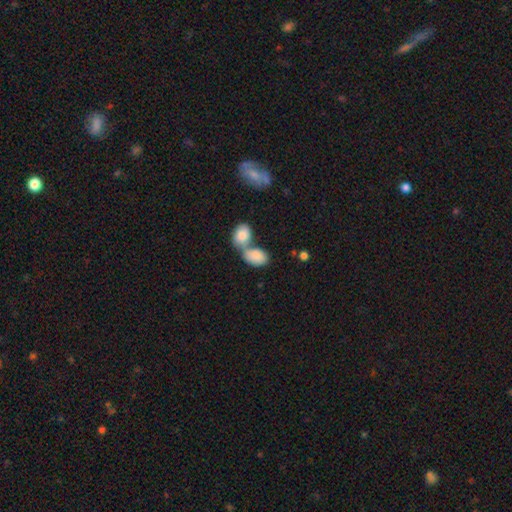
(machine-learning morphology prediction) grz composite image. It shows a smooth galaxy with no disk features (82%) that is in between round and cigar-shaped (87%). Merging: merger (65%).